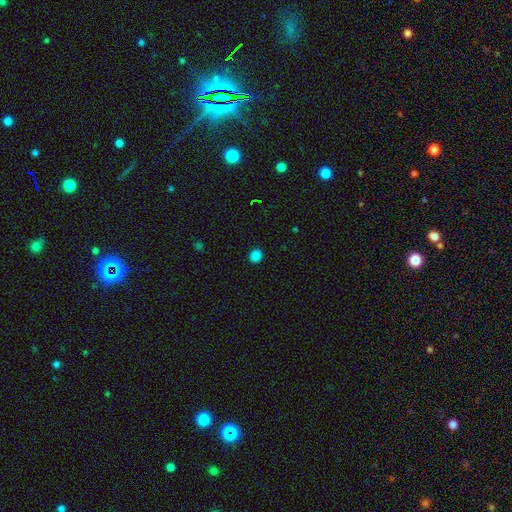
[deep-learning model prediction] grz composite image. It shows a smooth galaxy with no disk features (84%) that is round (86%). Merging: none (92%).